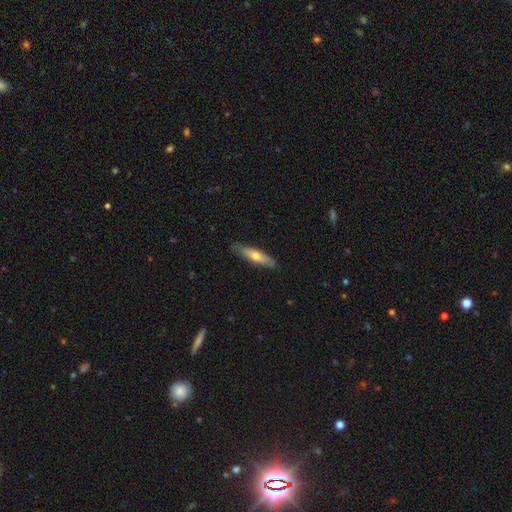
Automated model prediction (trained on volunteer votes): smooth 58%, featured or disk 37%, star or artifact 6%. Down the decision tree: how rounded — cigar-shaped (73%); merging — none (84%).